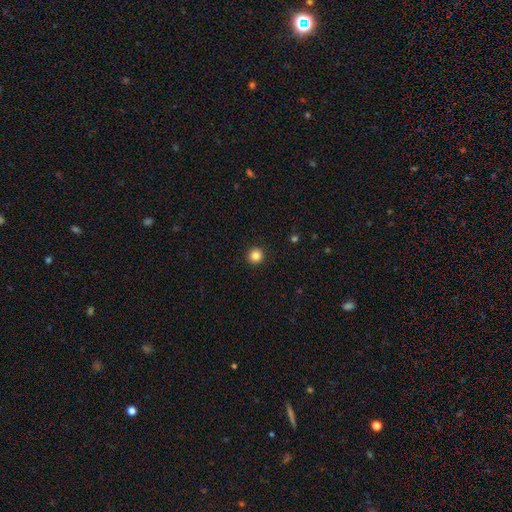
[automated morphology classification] The model was most divided on "smooth or featured": smooth: 84%, star or artifact: 11%, featured or disk: 5%. More confident: how rounded — round (96%); merging — none (93%).